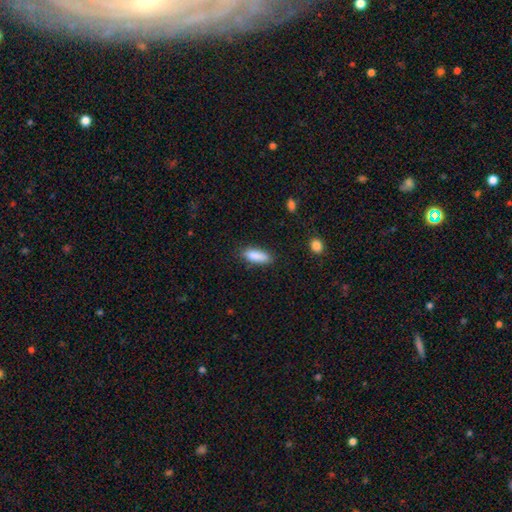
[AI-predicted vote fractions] Smooth or featured: smooth — 87% (star or artifact — 7%)
How rounded: in between — 64% (cigar-shaped — 34%)
Merging: none — 79% (minor disturbance — 15%)